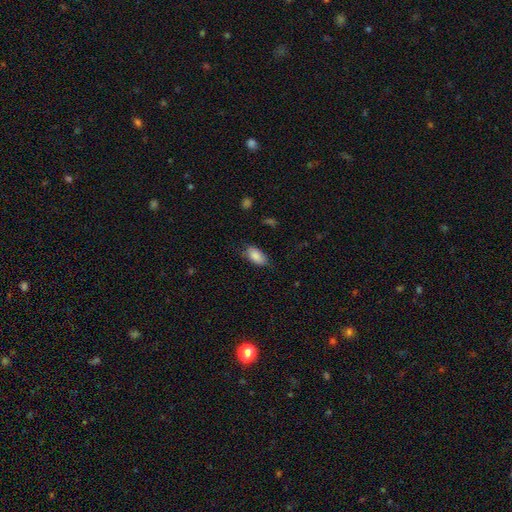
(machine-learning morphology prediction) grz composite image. It shows a smooth galaxy with no disk features (86%) that is in between round and cigar-shaped (92%). Merging: none (71%).